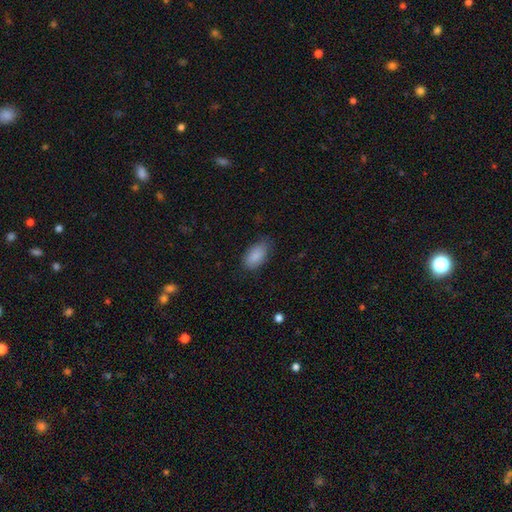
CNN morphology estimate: A smooth galaxy with no disk features (88%) that is in between round and cigar-shaped (93%). Merging: none (72%).